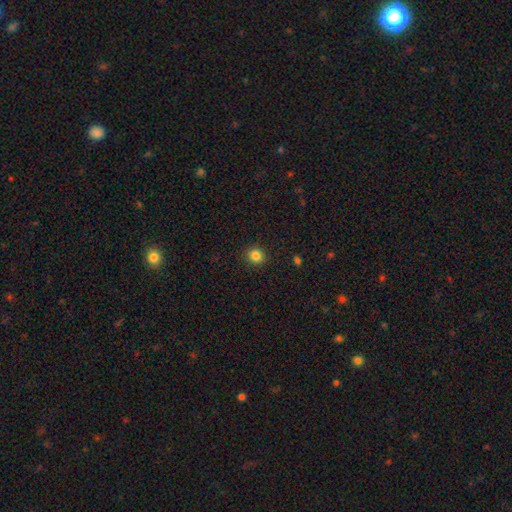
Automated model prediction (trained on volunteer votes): Smooth or featured: smooth — 83% (star or artifact — 12%)
How rounded: round — 82% (in between — 18%)
Merging: none — 91% (minor disturbance — 6%)